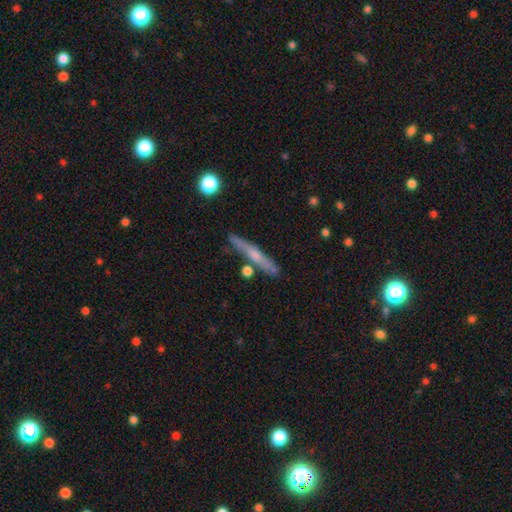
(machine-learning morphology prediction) This is possibly a featured or disk galaxy (49%). Merging: clearly none (82%).